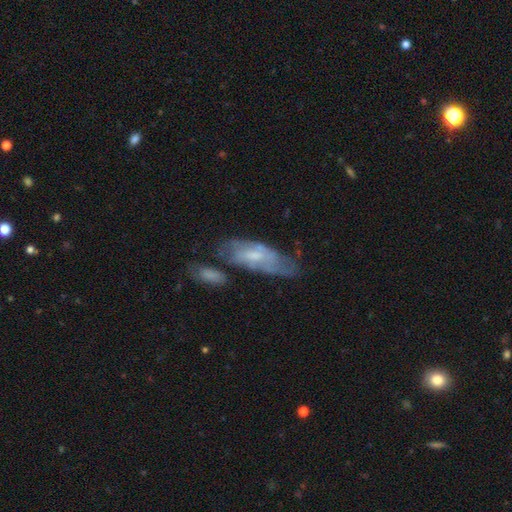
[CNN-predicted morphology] Smooth or featured: featured or disk — 61% (smooth — 32%)
Edge-on disk: no — 84% (yes — 16%)
Bar: no — 45% (weak — 44%)
Spiral arms: yes — 72% (no — 28%)
Bulge size: small — 51% (moderate — 34%)
Merging: none — 48% (minor disturbance — 24%)